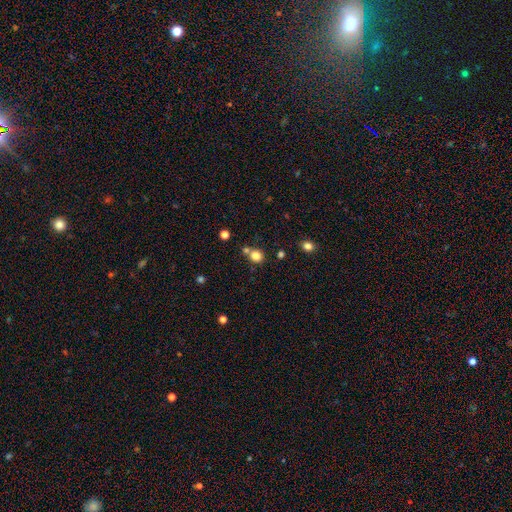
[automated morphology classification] type=smooth (81%); roundness=round (85%); merging=none (64%).